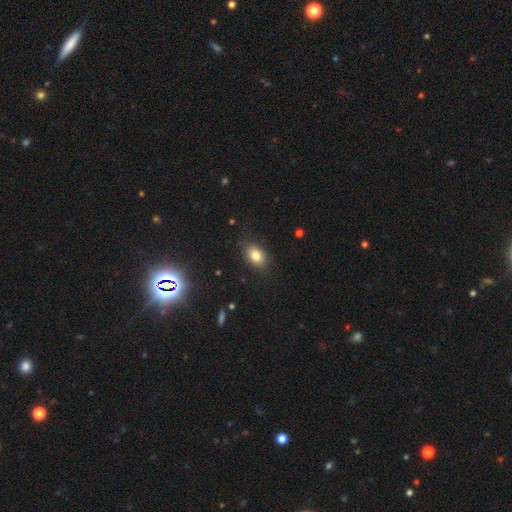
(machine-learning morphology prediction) Overall: smooth (82%). How rounded: in between (84%). Merging: none (84%).